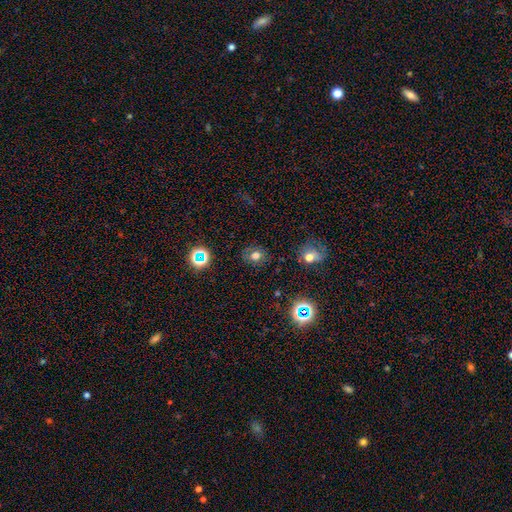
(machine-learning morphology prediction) smooth_or_featured: smooth (p=0.67) [alt: star or artifact p=0.20]
how_rounded: round (p=0.61) [alt: in between p=0.38]
merging: none (p=0.83) [alt: minor disturbance p=0.12]